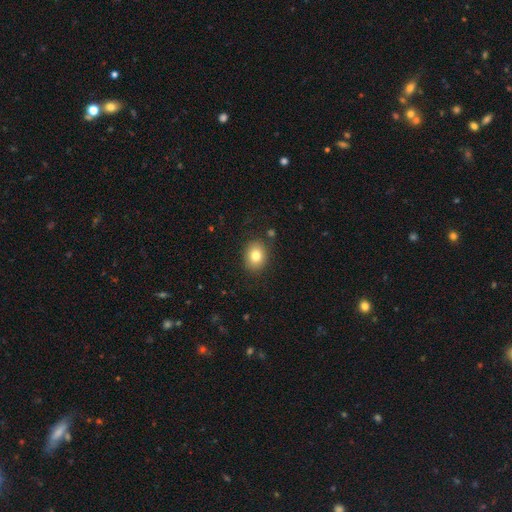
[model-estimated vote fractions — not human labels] The model was most divided on "how rounded": in between: 51%, round: 48%, cigar-shaped: 1%. More confident: merging — none (85%); smooth or featured — smooth (81%).